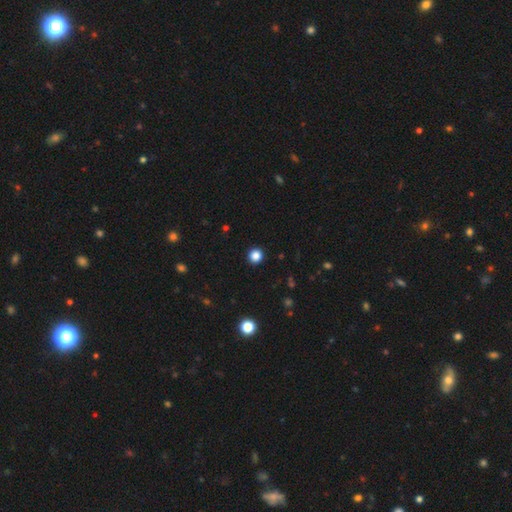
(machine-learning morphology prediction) Smooth or featured? Predicted: smooth (p=0.85). How rounded? Predicted: round (p=0.95). Merging? Predicted: none (p=0.93).